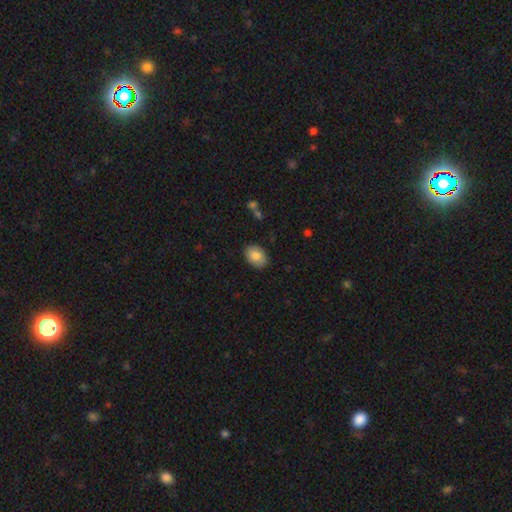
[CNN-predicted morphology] This appears to be a smooth galaxy with no disk features (85%) that is in between round and cigar-shaped (82%). Merging: none (87%).